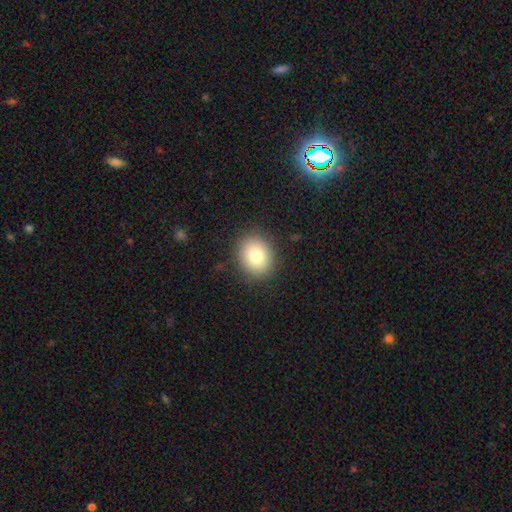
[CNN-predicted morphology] smooth 79%, featured or disk 11%, star or artifact 10%. Down the decision tree: how rounded — round (65%); merging — none (88%).